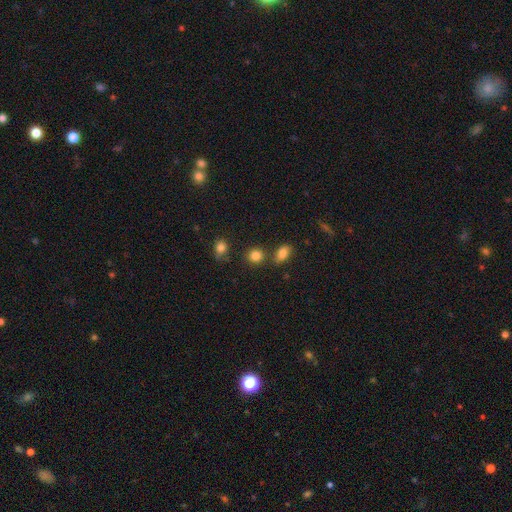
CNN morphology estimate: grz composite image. It shows a smooth galaxy with no disk features (83%) that is round (76%). Merging: none (73%).